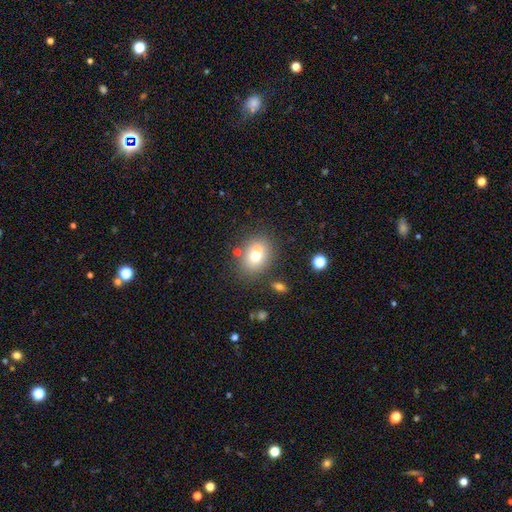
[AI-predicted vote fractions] Smooth or featured?
  - smooth: 66% *
  - featured or disk: 21%
  - star or artifact: 13%
How rounded?
  - round: 63% *
  - in between: 36%
  - cigar-shaped: 1%
Merging?
  - none: 49% *
  - merger: 39%
  - minor disturbance: 9%
  - major disturbance: 3%